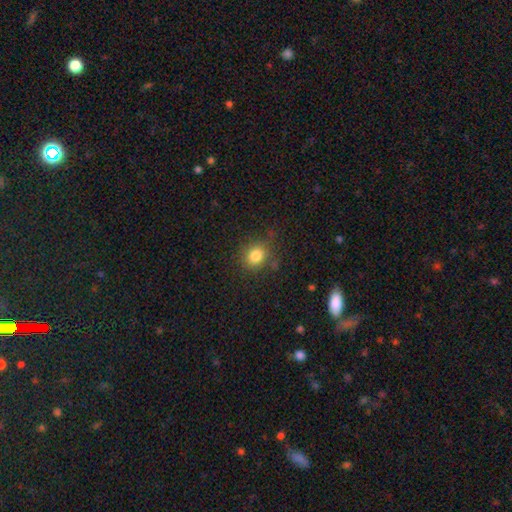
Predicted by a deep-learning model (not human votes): A smooth galaxy with no disk features (81%) that is round (77%). Merging: none (78%).